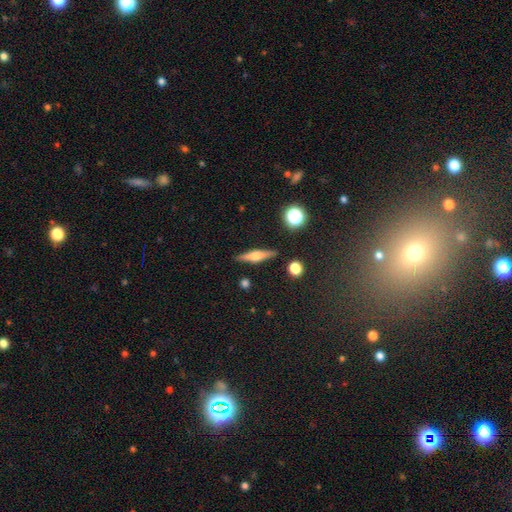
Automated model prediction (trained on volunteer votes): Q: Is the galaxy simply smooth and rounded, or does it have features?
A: featured or disk — 57%.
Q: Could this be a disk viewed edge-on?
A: yes — 96%.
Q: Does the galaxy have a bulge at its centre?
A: rounded — 83%.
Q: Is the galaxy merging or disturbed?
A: none — 88%.